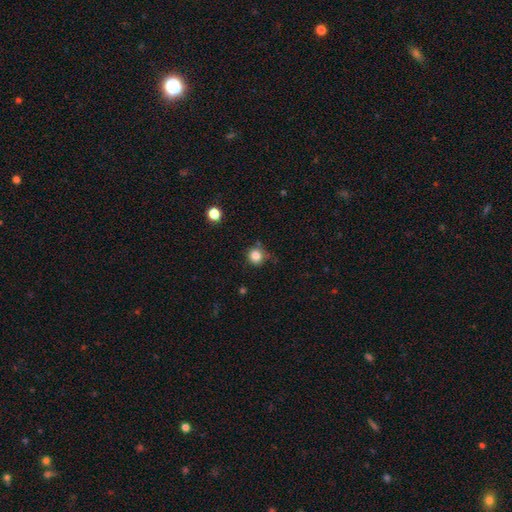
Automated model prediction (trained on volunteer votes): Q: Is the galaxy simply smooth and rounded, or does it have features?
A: smooth — 83%.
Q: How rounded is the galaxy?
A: round — 89%.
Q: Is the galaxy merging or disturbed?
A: none — 71%.